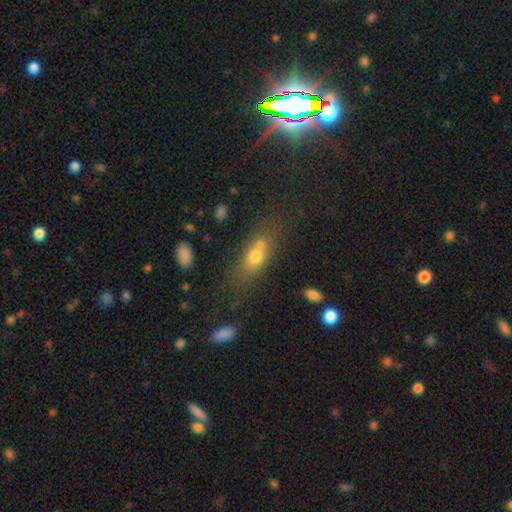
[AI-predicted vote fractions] Smooth or featured? smooth (49%)
Merging? none (63%)